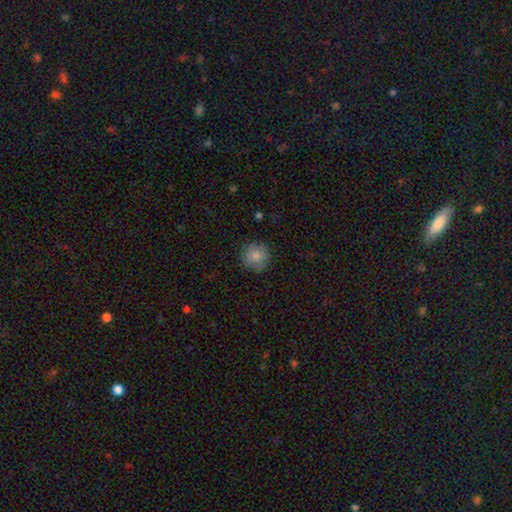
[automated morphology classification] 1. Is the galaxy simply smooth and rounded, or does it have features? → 82% smooth, 10% featured or disk, 8% star or artifact.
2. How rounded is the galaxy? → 93% round, 6% in between, 1% cigar-shaped.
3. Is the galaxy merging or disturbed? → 81% none, 15% minor disturbance, 3% major disturbance, 1% merger.